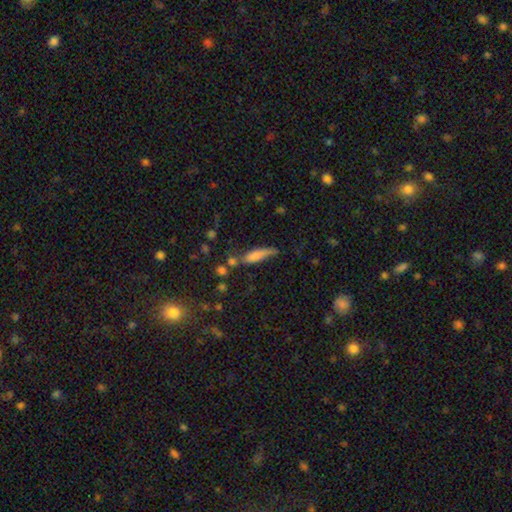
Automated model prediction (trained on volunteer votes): smooth-or-featured: smooth: 73% | featured or disk: 18% | star or artifact: 9%
  how-rounded: cigar-shaped: 63% | in between: 34% | round: 3%
  merging: none: 43% | minor disturbance: 29% | major disturbance: 14% | merger: 13%